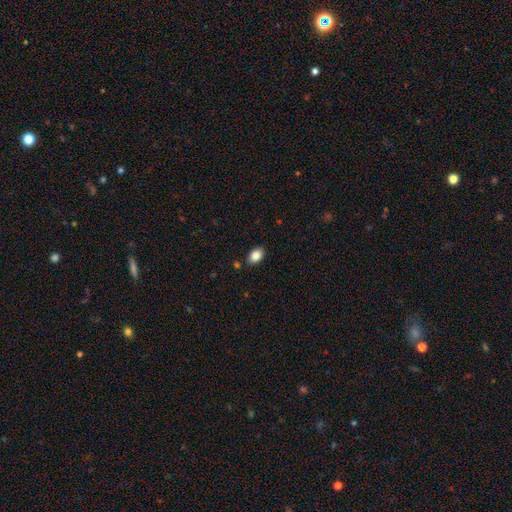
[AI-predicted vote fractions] smooth 86%, star or artifact 9%, featured or disk 5%. Down the decision tree: how rounded — in between (83%); merging — none (86%).